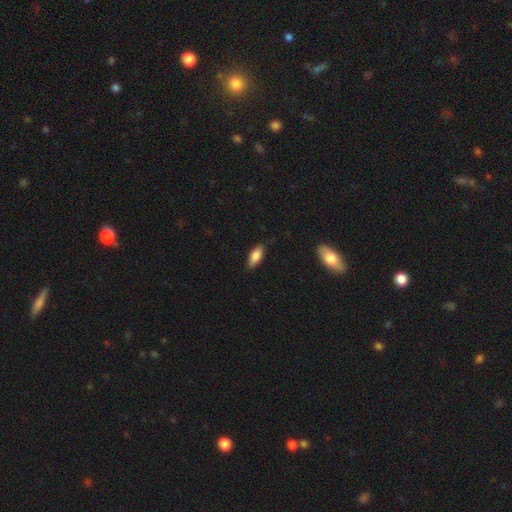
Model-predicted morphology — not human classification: Smooth or featured: smooth — 80% (featured or disk — 14%)
How rounded: in between — 78% (cigar-shaped — 19%)
Merging: none — 81% (minor disturbance — 15%)